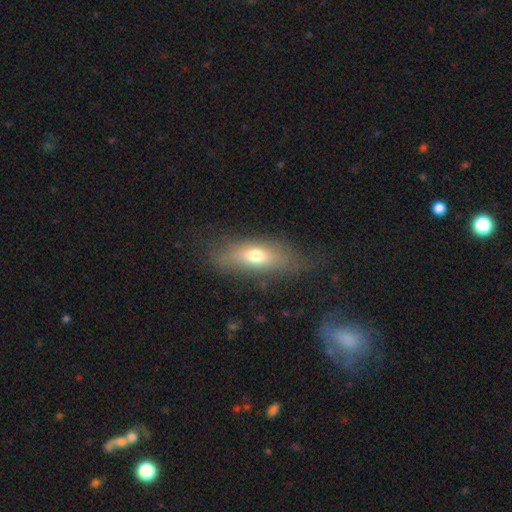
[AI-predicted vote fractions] Smooth or featured: smooth — 64% (featured or disk — 27%)
How rounded: in between — 66% (cigar-shaped — 28%)
Merging: none — 69% (minor disturbance — 19%)